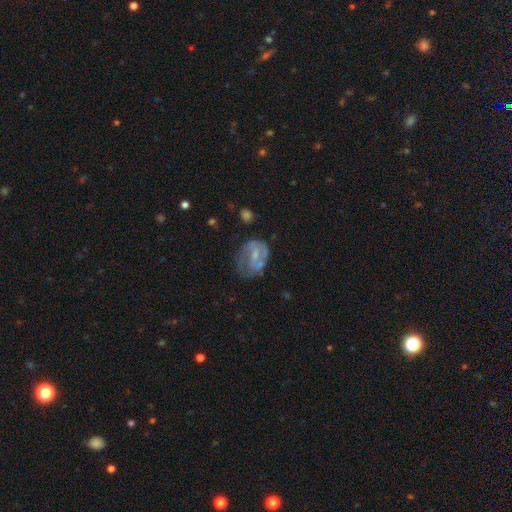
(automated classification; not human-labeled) This appears to be a featured or disk galaxy (68%) with a weak bar (49%), 2 (53%) medium (42%) spiral arms (77%) and a small central bulge (46%). Merging: none (47%).